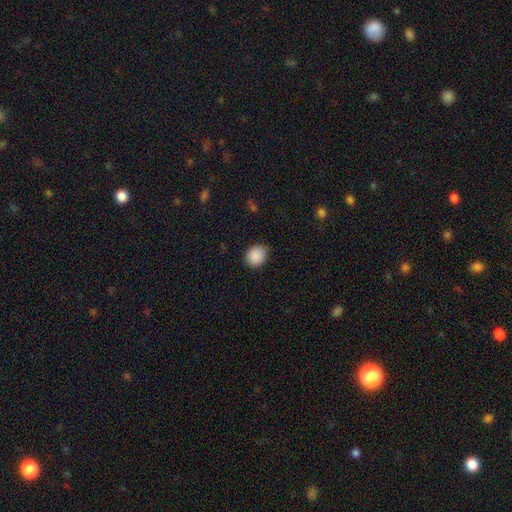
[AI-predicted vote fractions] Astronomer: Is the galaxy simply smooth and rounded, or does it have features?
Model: smooth — 89%.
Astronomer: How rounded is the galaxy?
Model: round — 63%.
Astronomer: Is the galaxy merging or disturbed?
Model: none — 83%.